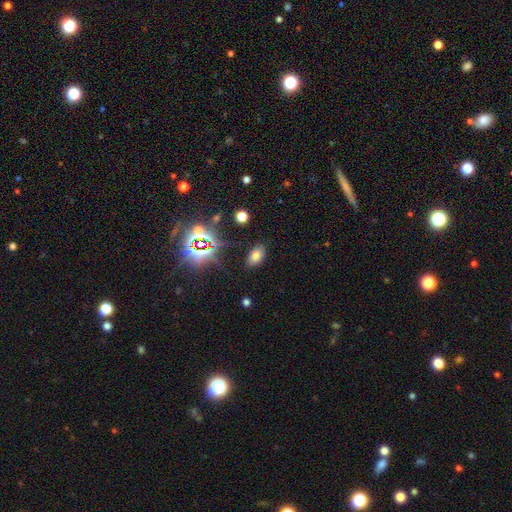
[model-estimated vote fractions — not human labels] Q: Smooth or featured?
A: smooth (65%); runner-up: star or artifact (26%)
Q: How rounded?
A: in between (91%); runner-up: round (7%)
Q: Merging?
A: none (85%); runner-up: minor disturbance (10%)